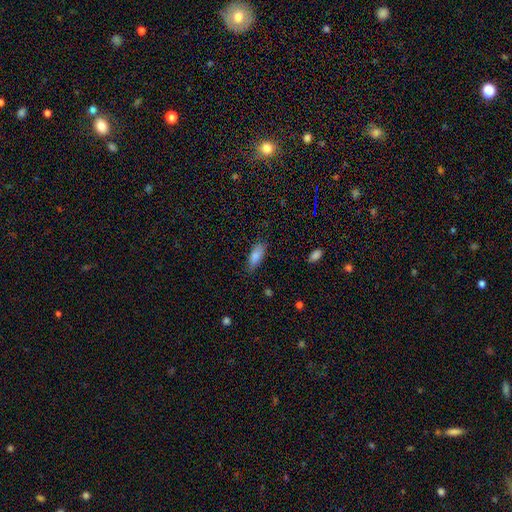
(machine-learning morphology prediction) Smooth or featured: smooth — 83% (featured or disk — 10%)
How rounded: in between — 71% (cigar-shaped — 27%)
Merging: none — 78% (minor disturbance — 17%)